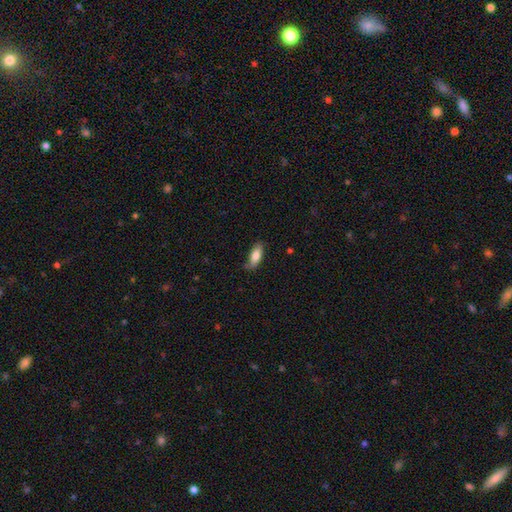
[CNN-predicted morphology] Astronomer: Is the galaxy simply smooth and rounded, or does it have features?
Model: smooth — 79%.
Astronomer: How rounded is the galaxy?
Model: in between — 76%.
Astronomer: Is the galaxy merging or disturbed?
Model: none — 77%.